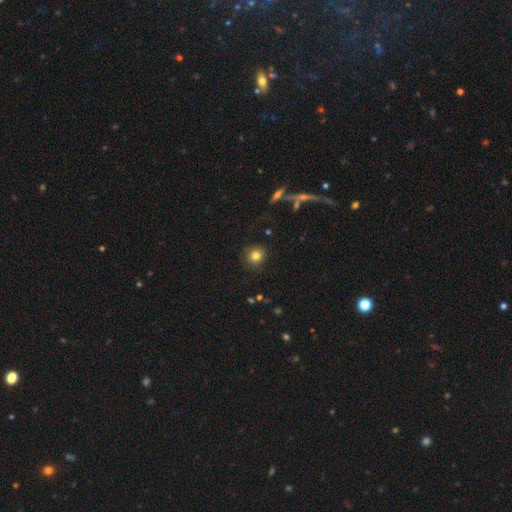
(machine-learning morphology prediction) The model was most divided on "smooth or featured": smooth: 80%, star or artifact: 12%, featured or disk: 8%. More confident: how rounded — round (90%); merging — none (87%).